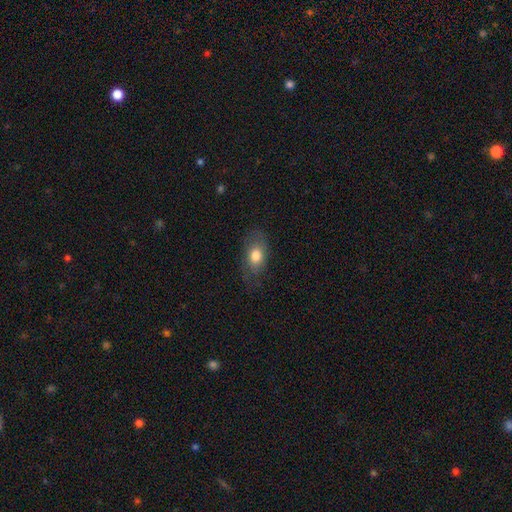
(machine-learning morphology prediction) smooth 75%, featured or disk 17%, star or artifact 8%. Down the decision tree: how rounded — in between (85%); merging — none (70%).